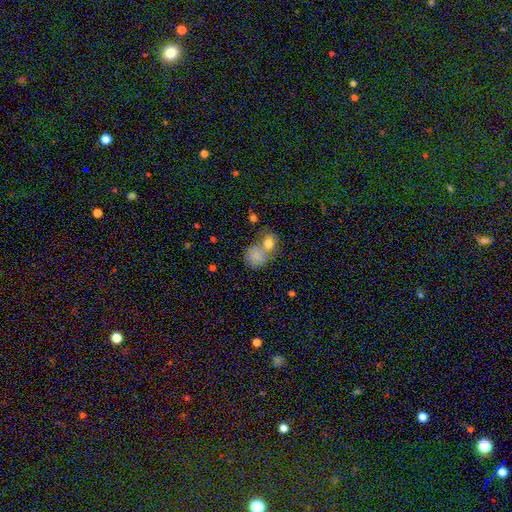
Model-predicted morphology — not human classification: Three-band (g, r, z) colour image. It shows a smooth galaxy with no disk features (79%) that is round (66%). Merging: merger (52%).